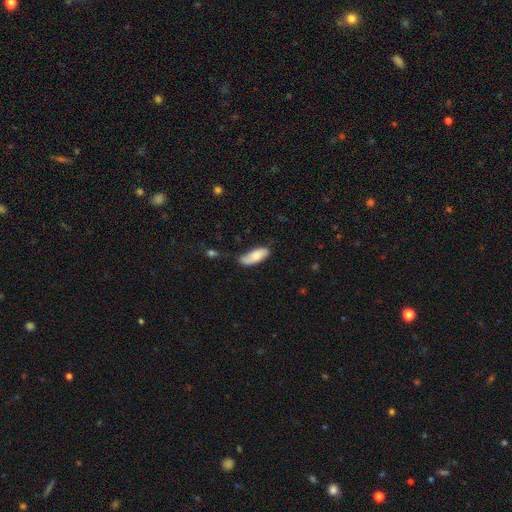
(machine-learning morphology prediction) smooth_or_featured: smooth (p=0.77) [alt: featured or disk p=0.17]
how_rounded: in between (p=0.76) [alt: cigar-shaped p=0.23]
merging: none (p=0.59) [alt: minor disturbance p=0.31]